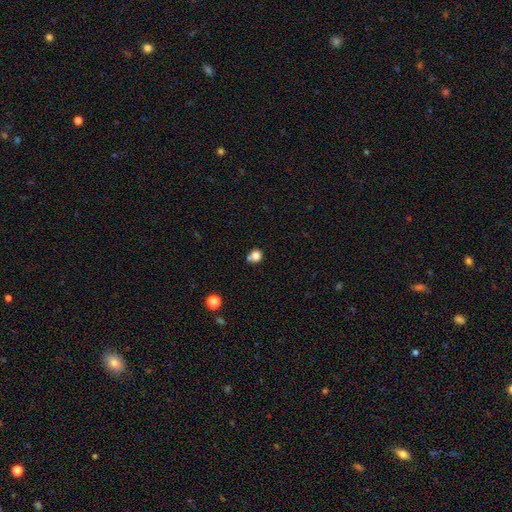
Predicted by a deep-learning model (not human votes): A smooth galaxy with no disk features (79%) that is round (83%). Merging: none (60%).